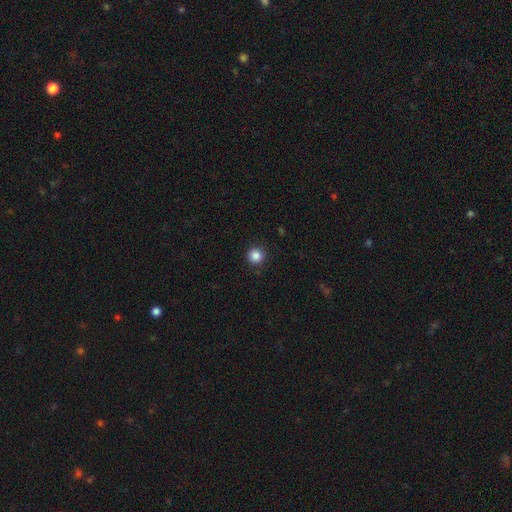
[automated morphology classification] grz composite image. It shows a smooth galaxy with no disk features (86%) that is round (95%). Merging: none (92%).